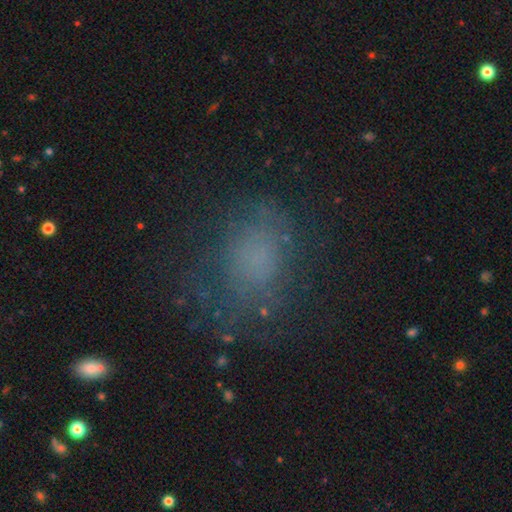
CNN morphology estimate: Q: Smooth or featured?
A: smooth (58%); runner-up: featured or disk (23%)
Q: How rounded?
A: in between (63%); runner-up: round (36%)
Q: Merging?
A: none (61%); runner-up: minor disturbance (20%)